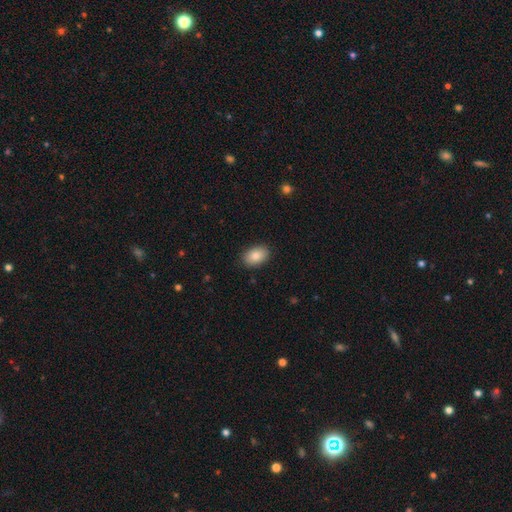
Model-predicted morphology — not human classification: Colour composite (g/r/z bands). It shows a smooth galaxy with no disk features (86%) that is in between round and cigar-shaped (87%). Merging: none (88%).